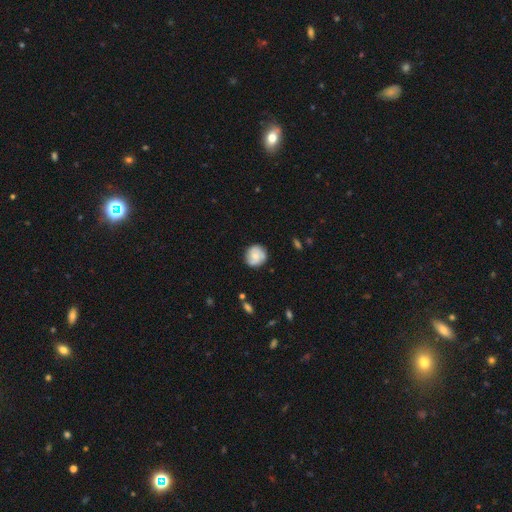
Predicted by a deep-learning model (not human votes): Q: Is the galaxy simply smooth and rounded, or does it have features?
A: featured or disk — 47%.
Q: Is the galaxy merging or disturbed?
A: none — 80%.